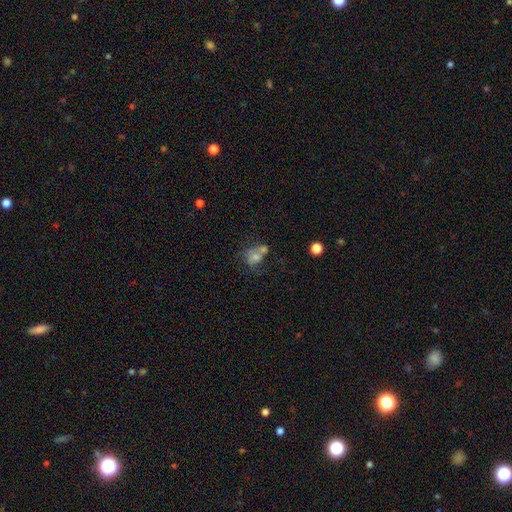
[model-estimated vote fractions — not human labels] The model was most divided on "how rounded": in between: 56%, round: 43%, cigar-shaped: 2%. Remaining: smooth or featured — smooth (59%); merging — merger (42%).